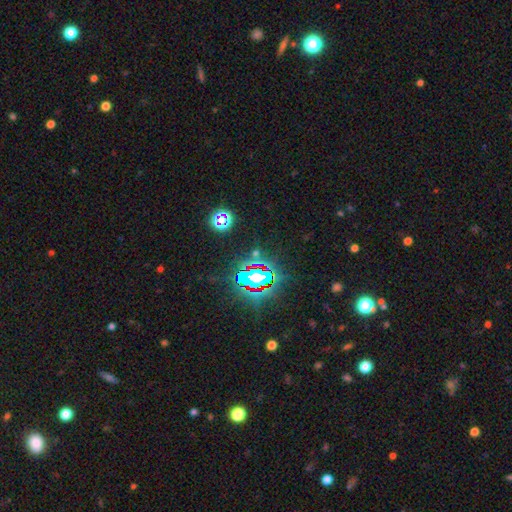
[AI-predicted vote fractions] Smooth or featured? star or artifact (78%)